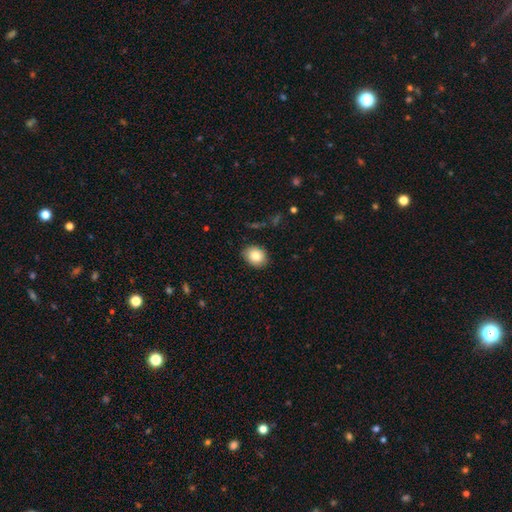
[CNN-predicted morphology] The model was most divided on "how rounded": in between: 52%, round: 47%, cigar-shaped: 1%. More confident: merging — none (86%); smooth or featured — smooth (82%).